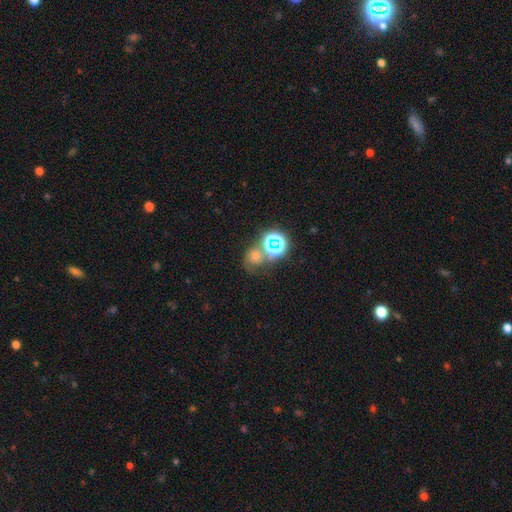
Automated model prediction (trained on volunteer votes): Smooth or featured? Predicted: star or artifact (p=0.46).